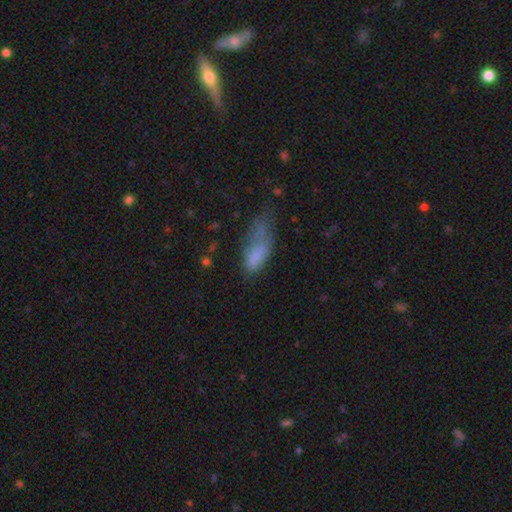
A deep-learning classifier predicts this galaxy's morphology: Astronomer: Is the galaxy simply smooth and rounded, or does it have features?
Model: smooth — 71%.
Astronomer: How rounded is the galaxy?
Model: in between — 76%.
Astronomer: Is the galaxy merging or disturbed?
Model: major disturbance — 41% (runner-up: minor disturbance, 29%).